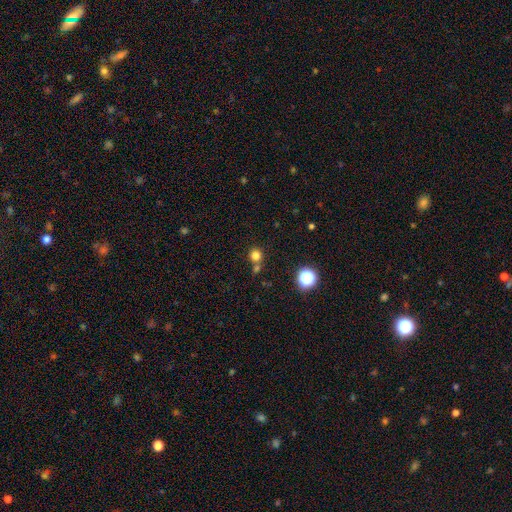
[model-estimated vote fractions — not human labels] smooth-or-featured: smooth: 78% | star or artifact: 16% | featured or disk: 6%
  how-rounded: round: 90% | in between: 9% | cigar-shaped: 1%
  merging: none: 64% | merger: 24% | minor disturbance: 8% | major disturbance: 3%